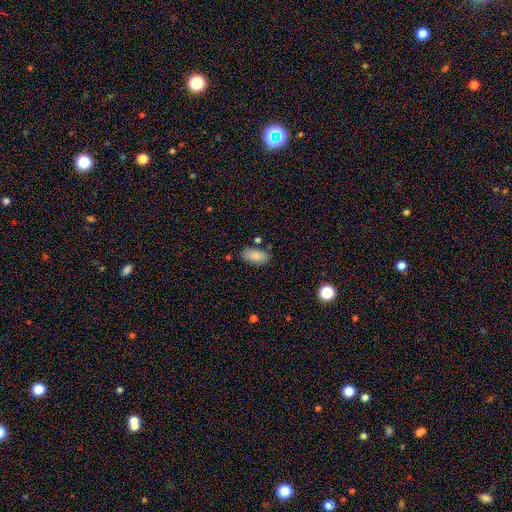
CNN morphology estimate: smooth 86%, star or artifact 7%, featured or disk 7%. Down the decision tree: how rounded — in between (91%); merging — none (79%).